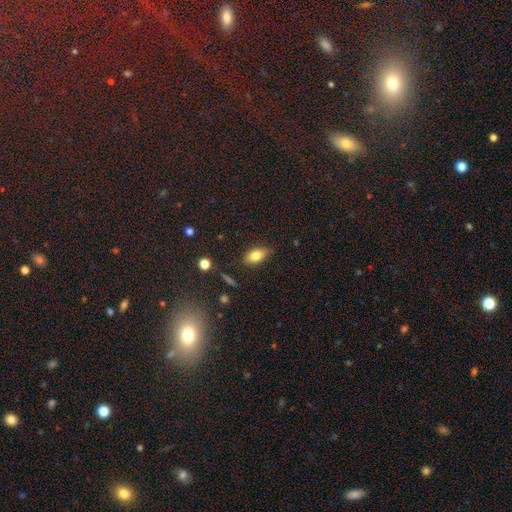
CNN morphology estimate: Smooth or featured?
  - smooth: 77% *
  - featured or disk: 13%
  - star or artifact: 9%
How rounded?
  - in between: 85% *
  - round: 8%
  - cigar-shaped: 7%
Merging?
  - none: 80% *
  - minor disturbance: 16%
  - major disturbance: 3%
  - merger: 2%